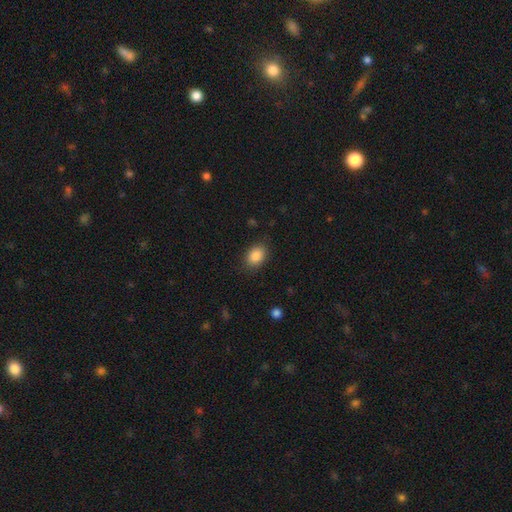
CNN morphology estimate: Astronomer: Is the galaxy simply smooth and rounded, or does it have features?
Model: smooth — 87%.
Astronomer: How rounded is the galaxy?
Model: in between — 71%.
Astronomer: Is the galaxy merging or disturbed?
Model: none — 82%.